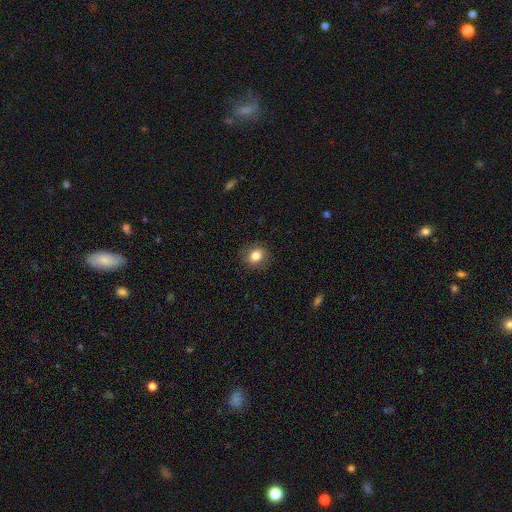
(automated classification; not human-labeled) Q: Smooth or featured?
A: smooth (82%); runner-up: star or artifact (10%)
Q: How rounded?
A: round (74%); runner-up: in between (25%)
Q: Merging?
A: none (87%); runner-up: minor disturbance (9%)